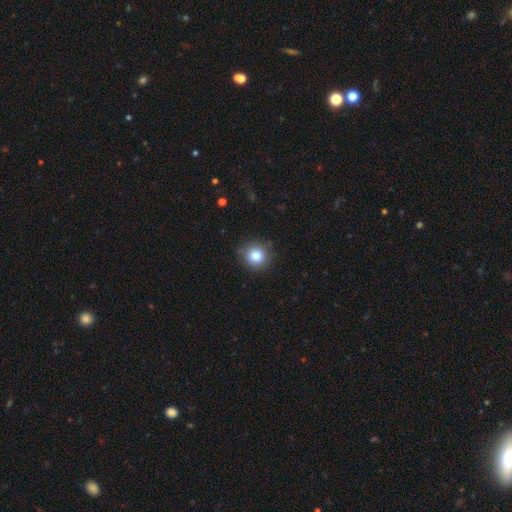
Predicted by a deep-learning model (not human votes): Q: Smooth or featured?
A: smooth (84%); runner-up: star or artifact (10%)
Q: How rounded?
A: round (90%); runner-up: in between (9%)
Q: Merging?
A: none (86%); runner-up: minor disturbance (10%)